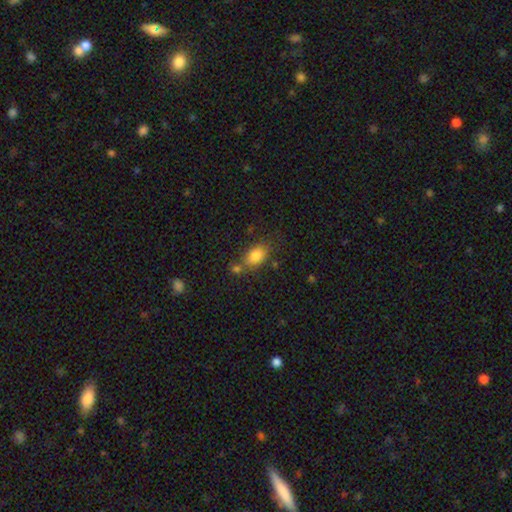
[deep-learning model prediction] Morphology: type=smooth (82%); roundness=in between (83%); merging=none (62%).